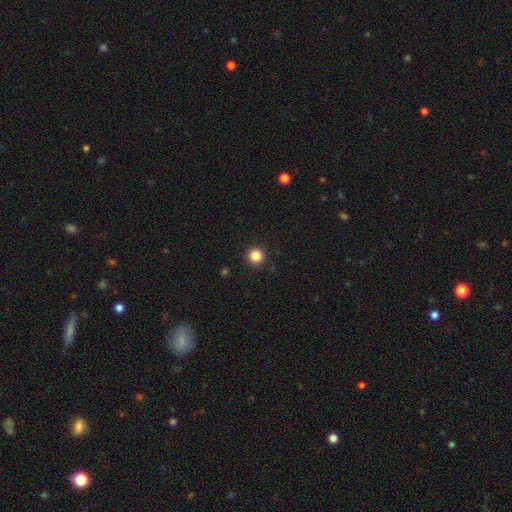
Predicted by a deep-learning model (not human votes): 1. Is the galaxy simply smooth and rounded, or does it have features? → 86% smooth, 11% star or artifact, 3% featured or disk.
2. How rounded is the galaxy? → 95% round, 4% in between, 1% cigar-shaped.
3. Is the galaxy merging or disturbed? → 93% none, 4% minor disturbance, 2% major disturbance, 1% merger.